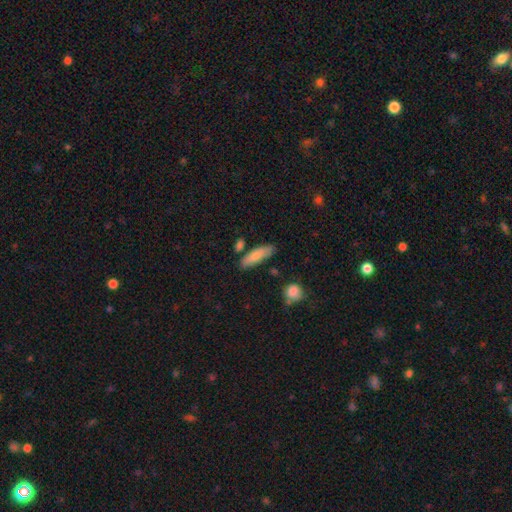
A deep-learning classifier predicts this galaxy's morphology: smooth_or_featured: smooth (p=0.82) [alt: featured or disk p=0.12]
how_rounded: in between (p=0.51) [alt: cigar-shaped p=0.47]
merging: none (p=0.75) [alt: minor disturbance p=0.15]